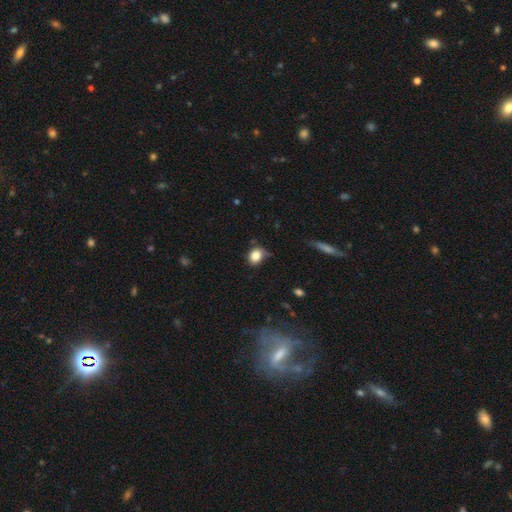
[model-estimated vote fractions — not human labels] Smooth or featured: smooth — 83% (star or artifact — 10%)
How rounded: round — 52% (in between — 47%)
Merging: none — 52% (minor disturbance — 34%)